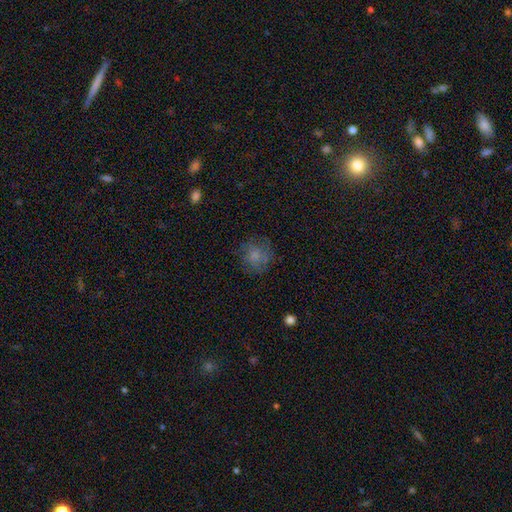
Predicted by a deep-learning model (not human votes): Morphology: type=smooth (72%); roundness=round (86%); merging=none (73%).